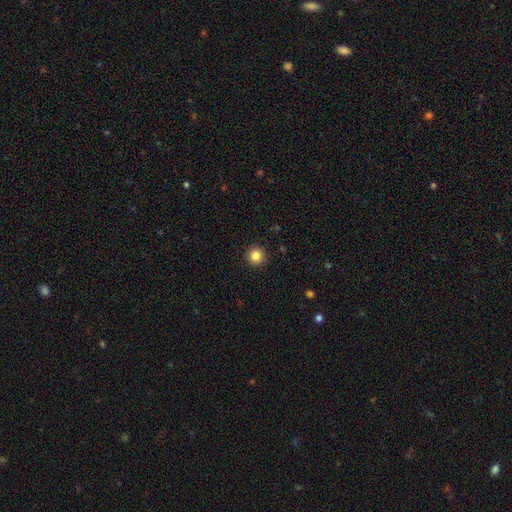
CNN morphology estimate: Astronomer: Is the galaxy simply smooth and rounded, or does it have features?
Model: smooth — 85%.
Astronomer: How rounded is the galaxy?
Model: round — 95%.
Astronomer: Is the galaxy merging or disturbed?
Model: none — 92%.